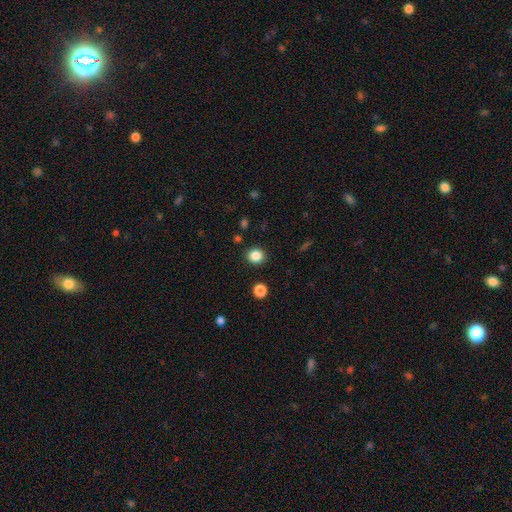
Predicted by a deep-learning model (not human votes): Smooth or featured? Predicted: smooth (p=0.85). How rounded? Predicted: round (p=0.85). Merging? Predicted: none (p=0.90).